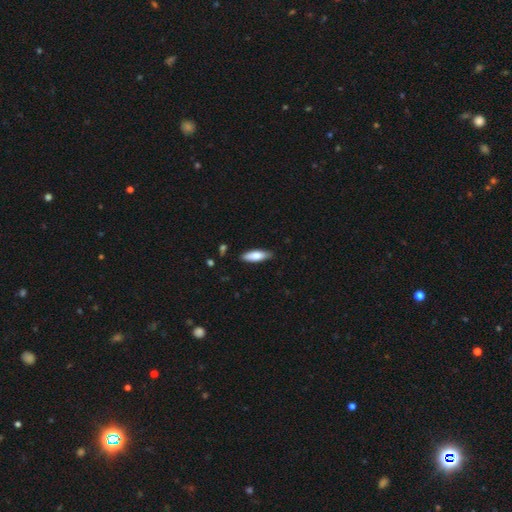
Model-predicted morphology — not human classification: Smooth or featured? Predicted: smooth (p=0.76). How rounded? Predicted: in between (p=0.53). Merging? Predicted: none (p=0.85).